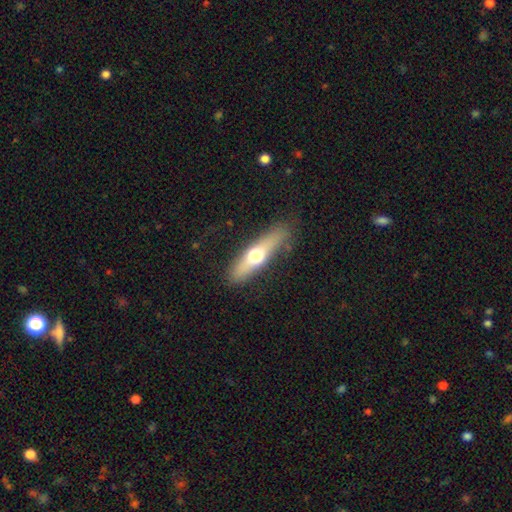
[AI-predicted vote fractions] smooth_or_featured: smooth (p=0.49) [alt: featured or disk p=0.45]
merging: none (p=0.81) [alt: minor disturbance p=0.13]